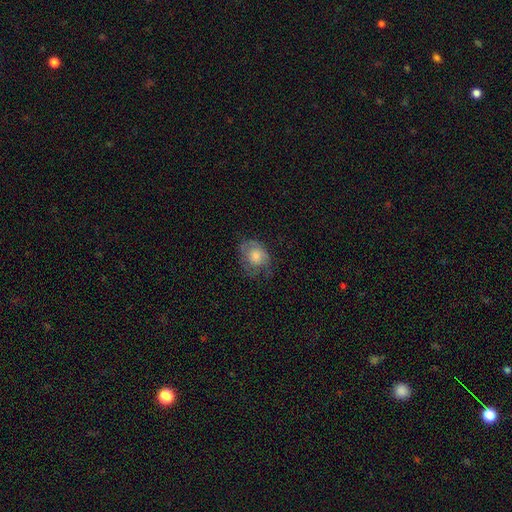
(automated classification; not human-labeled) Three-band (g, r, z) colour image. It shows a smooth galaxy with no disk features (51%) that is in between round and cigar-shaped (50%). Merging: none (56%).